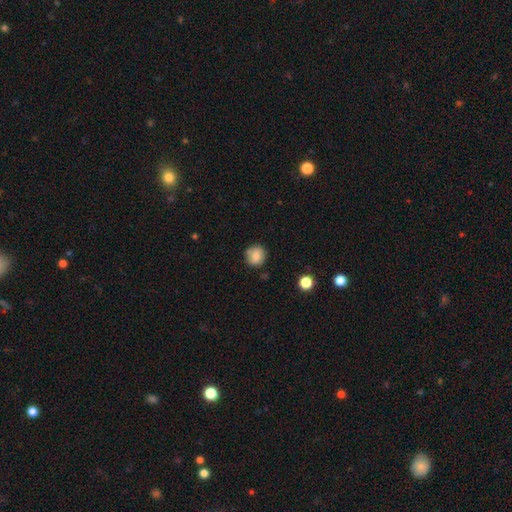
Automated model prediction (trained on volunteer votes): This is clearly a smooth galaxy (82%). How rounded: clearly round (86%). Merging: likely none (78%).